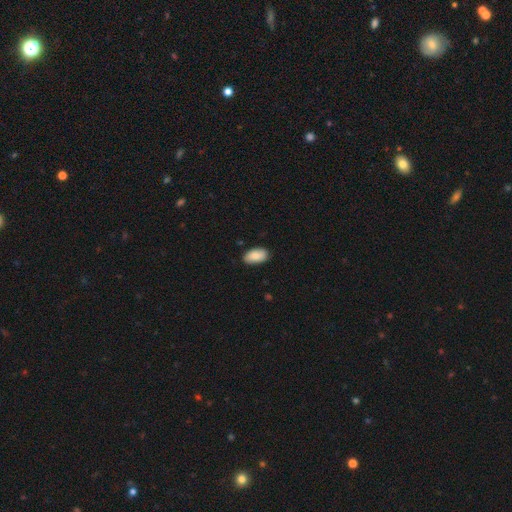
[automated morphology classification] smooth-or-featured: smooth: 86% | featured or disk: 8% | star or artifact: 6%
  how-rounded: in between: 95% | round: 4% | cigar-shaped: 2%
  merging: none: 85% | minor disturbance: 12% | major disturbance: 2% | merger: 1%